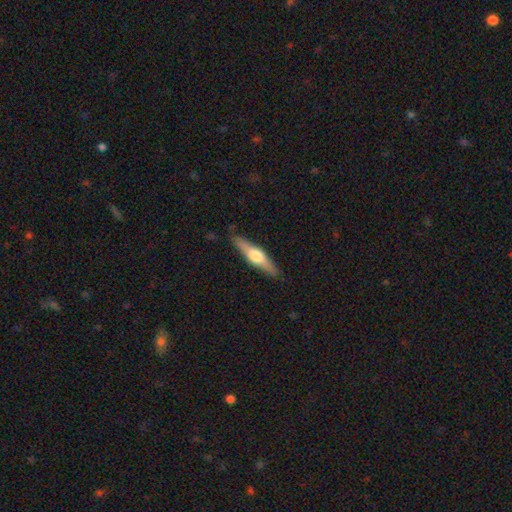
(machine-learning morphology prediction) This appears to be a featured or disk galaxy (56%) viewed edge-on (95%) with a rounded central bulge (91%). Merging: none (88%).